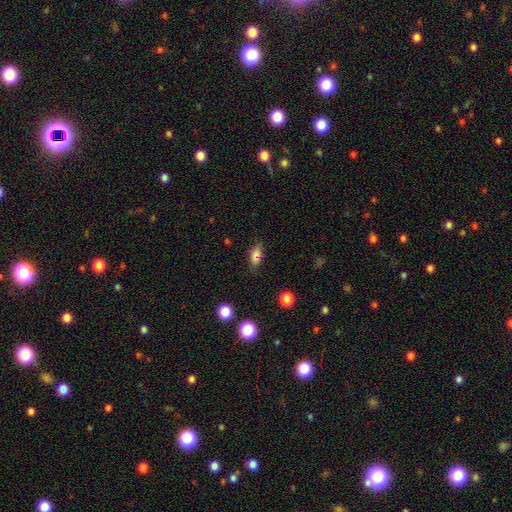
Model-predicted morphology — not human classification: Smooth or featured? smooth (73%)
How rounded? in between (80%)
Merging? none (70%)